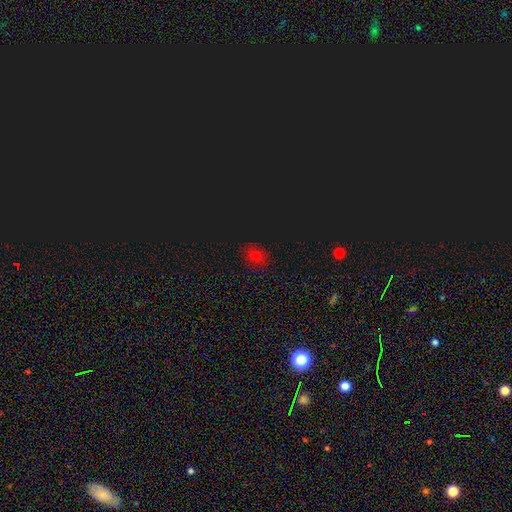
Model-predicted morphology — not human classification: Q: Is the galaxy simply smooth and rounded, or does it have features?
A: smooth — 58%.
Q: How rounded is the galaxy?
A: round — 60%.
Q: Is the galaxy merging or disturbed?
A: none — 85%.